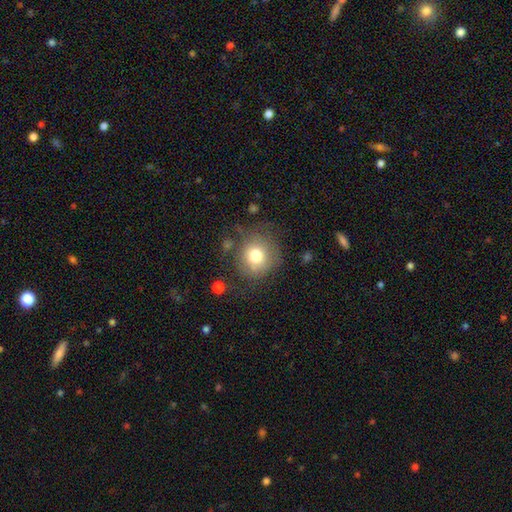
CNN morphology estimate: A smooth galaxy with no disk features (74%) that is round (88%). Merging: none (71%).